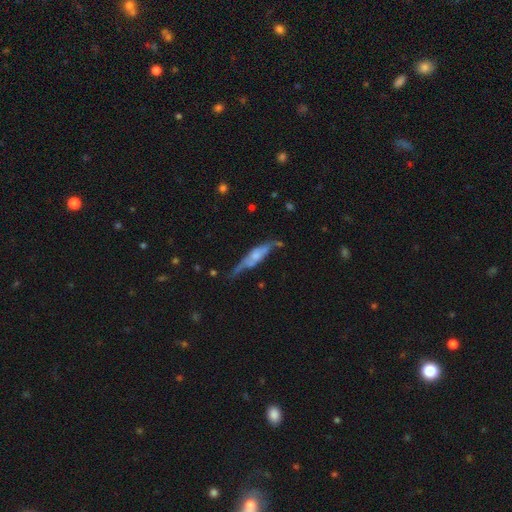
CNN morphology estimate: Overall: featured or disk (62%; smooth 31%). Edge-on disk: yes (72%). Merging: none (50%; minor disturbance 28%).